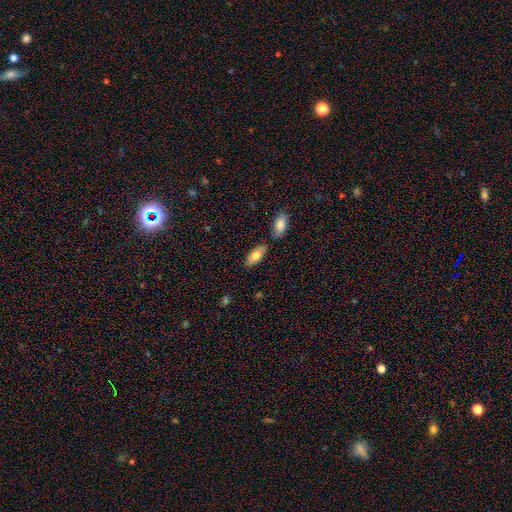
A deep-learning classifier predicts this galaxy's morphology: The model was most divided on "merging": none: 72%, minor disturbance: 13%, merger: 12%, major disturbance: 3%. More confident: how rounded — in between (82%); smooth or featured — smooth (77%).